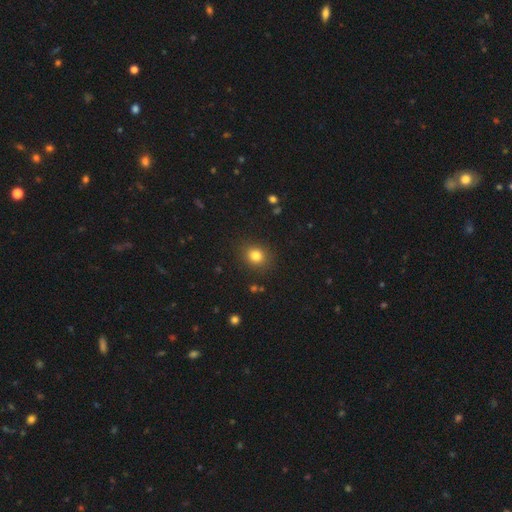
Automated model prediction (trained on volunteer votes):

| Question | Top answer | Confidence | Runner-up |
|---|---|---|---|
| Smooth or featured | smooth | 81% | star or artifact (13%) |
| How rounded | round | 73% | in between (26%) |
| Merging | none | 87% | minor disturbance (8%) |